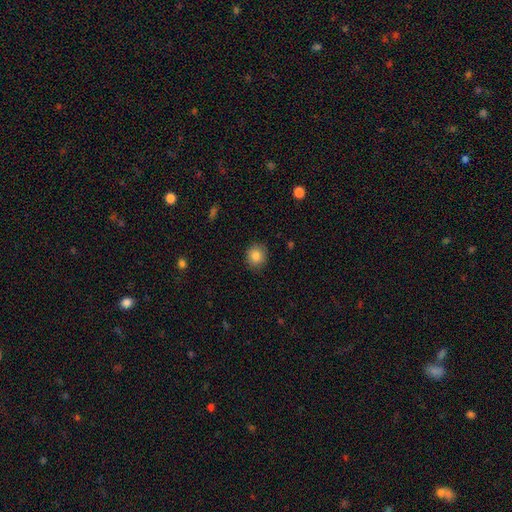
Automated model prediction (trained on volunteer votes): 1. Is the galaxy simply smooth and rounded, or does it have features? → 85% smooth, 10% star or artifact, 5% featured or disk.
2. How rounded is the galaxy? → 86% round, 13% in between, 1% cigar-shaped.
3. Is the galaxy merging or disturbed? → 88% none, 8% minor disturbance, 2% major disturbance, 1% merger.